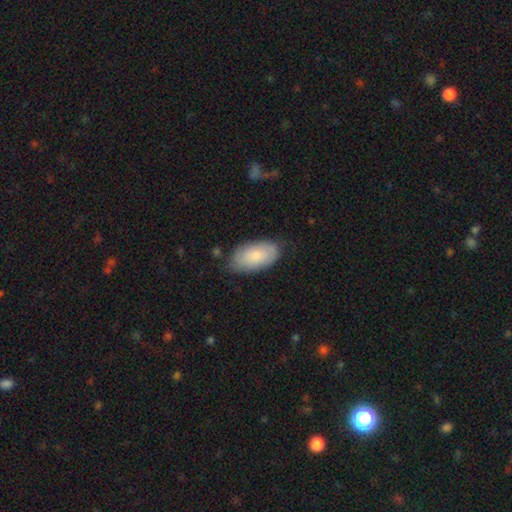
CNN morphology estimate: smooth-or-featured: smooth: 78% | featured or disk: 17% | star or artifact: 6%
  how-rounded: in between: 95% | round: 3% | cigar-shaped: 2%
  merging: none: 75% | minor disturbance: 19% | major disturbance: 4% | merger: 2%